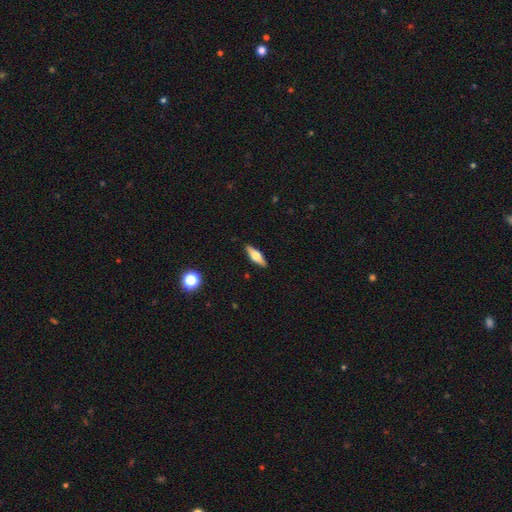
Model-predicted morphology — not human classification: Q: Smooth or featured?
A: featured or disk (49%); runner-up: smooth (44%)
Q: Merging?
A: none (90%); runner-up: minor disturbance (7%)